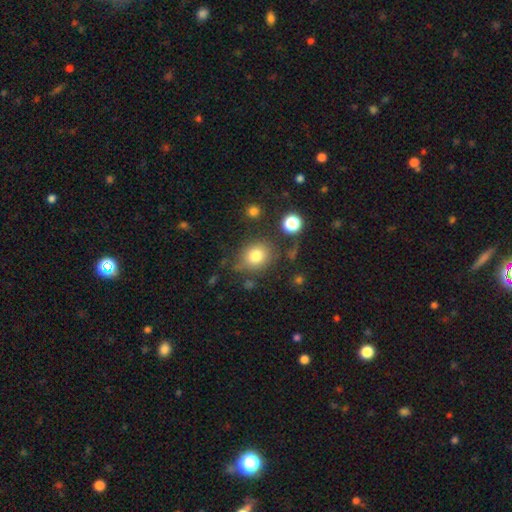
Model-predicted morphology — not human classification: Smooth or featured: smooth — 79% (star or artifact — 12%)
How rounded: round — 70% (in between — 29%)
Merging: none — 74% (minor disturbance — 15%)